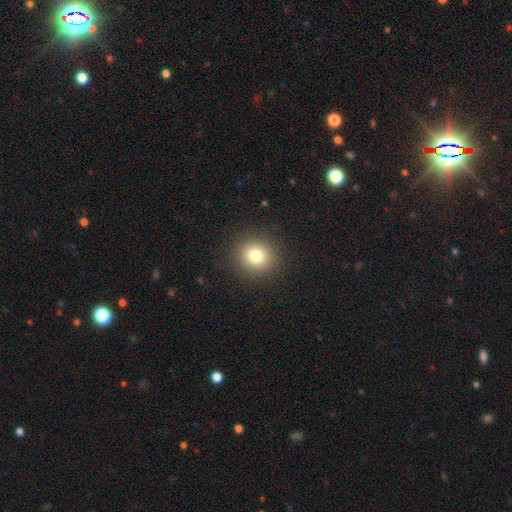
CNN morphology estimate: Overall: smooth (78%). How rounded: round (90%). Merging: none (91%).